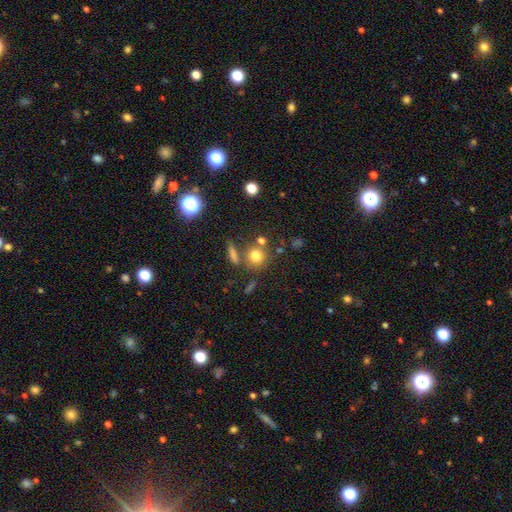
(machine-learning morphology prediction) A smooth galaxy with no disk features (77%) that is round (86%). Merging: none (69%).